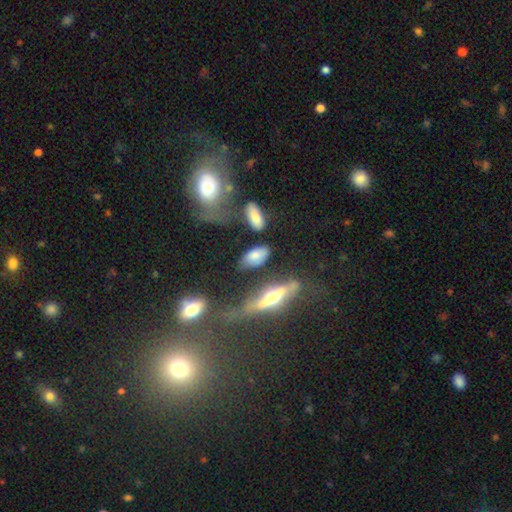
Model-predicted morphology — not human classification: smooth 66%, featured or disk 23%, star or artifact 11%. Down the decision tree: how rounded — in between (82%); merging — none (63%).